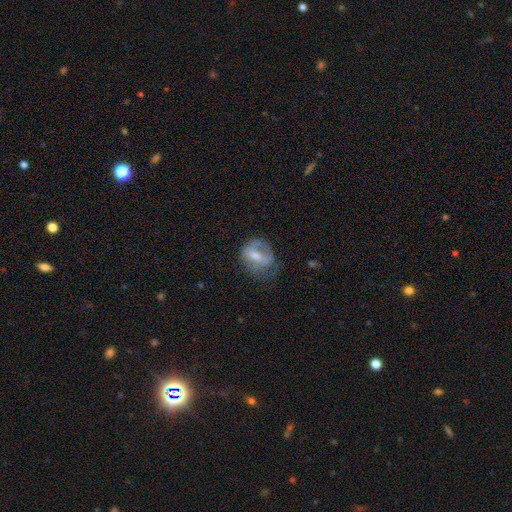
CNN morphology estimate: smooth-or-featured: featured or disk: 47% | smooth: 44% | star or artifact: 8%
  merging: none: 43% | minor disturbance: 29% | major disturbance: 26% | merger: 2%